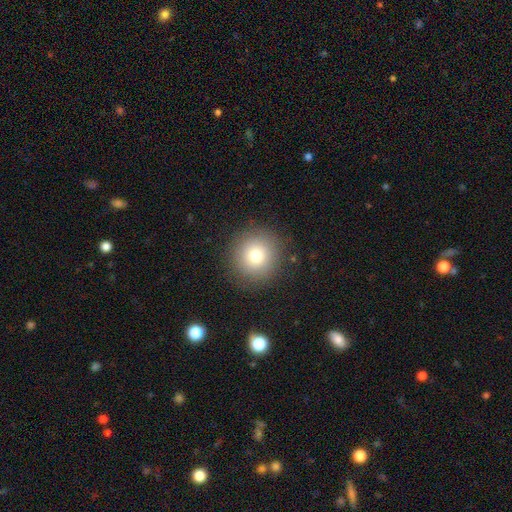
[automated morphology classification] A smooth galaxy with no disk features (77%) that is round (95%).

Vote fractions:
- Smooth or featured? smooth: 77% / featured or disk: 12% / star or artifact: 12%
- How rounded? round: 95% / in between: 4% / cigar-shaped: 1%
- Merging? none: 88% / minor disturbance: 7% / major disturbance: 3% / merger: 1%